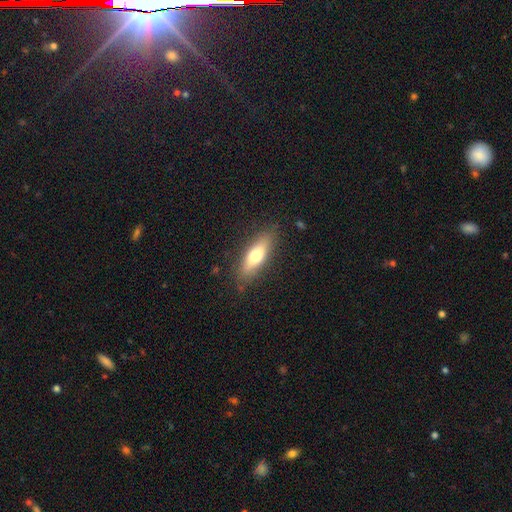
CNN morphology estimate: A smooth galaxy with no disk features (67%) that is in between round and cigar-shaped (49%, tied with cigar-shaped).

Vote fractions:
- Smooth or featured? smooth: 67% / featured or disk: 27% / star or artifact: 7%
- How rounded? in between: 49% (tied) / cigar-shaped: 49% (tied) / round: 2%
- Merging? none: 84% / minor disturbance: 12% / major disturbance: 3% / merger: 1%